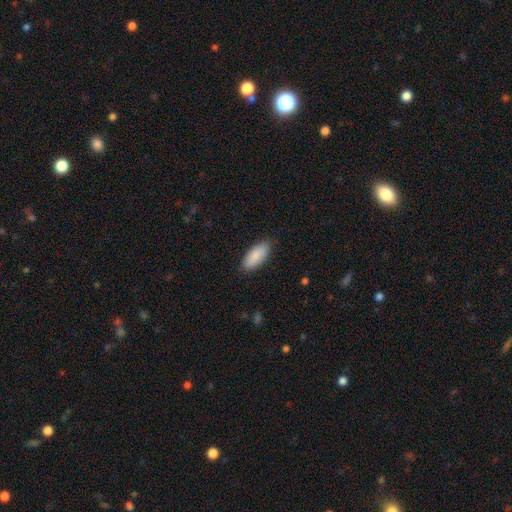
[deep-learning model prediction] Morphology: type=smooth (88%); roundness=in between (85%); merging=none (85%).